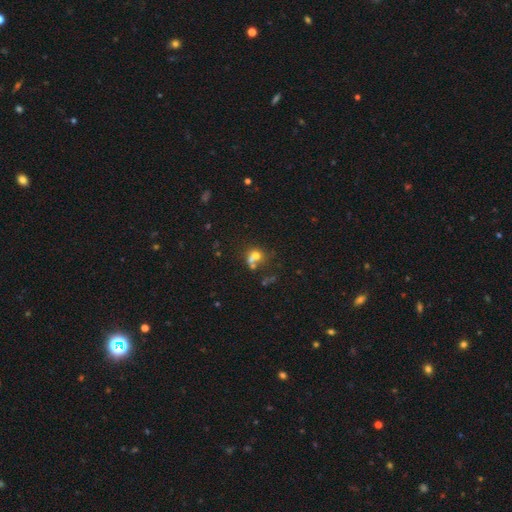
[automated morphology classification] type=smooth (63%); roundness=round (72%); merging=merger (49%).